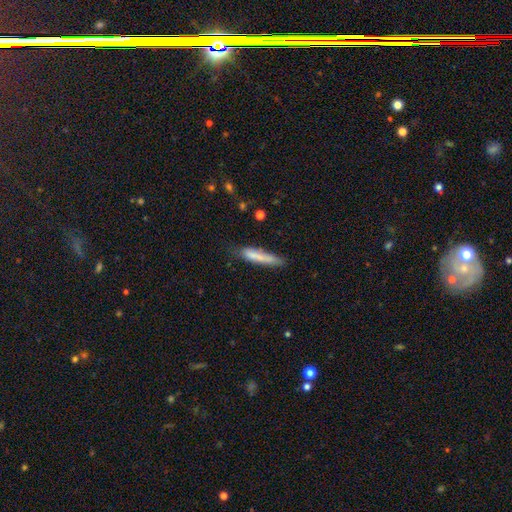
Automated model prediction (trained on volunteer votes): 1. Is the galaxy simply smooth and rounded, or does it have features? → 75% smooth, 18% featured or disk, 7% star or artifact.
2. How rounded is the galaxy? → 91% cigar-shaped, 7% in between, 1% round.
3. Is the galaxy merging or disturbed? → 67% none, 24% minor disturbance, 6% major disturbance, 3% merger.